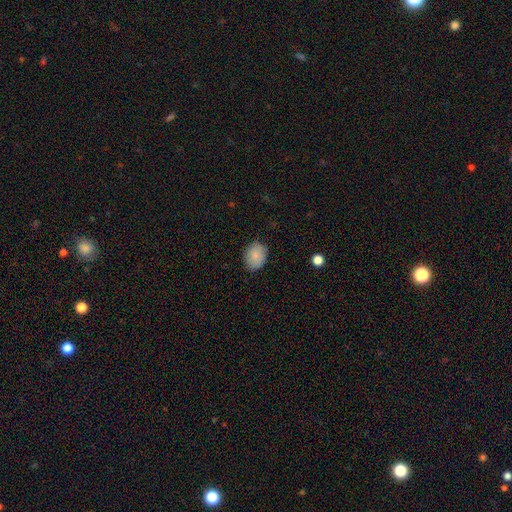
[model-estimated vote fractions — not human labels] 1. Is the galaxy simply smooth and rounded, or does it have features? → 86% smooth, 7% star or artifact, 7% featured or disk.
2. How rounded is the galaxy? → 59% in between, 40% round, 1% cigar-shaped.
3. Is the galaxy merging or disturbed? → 83% none, 13% minor disturbance, 3% major disturbance, 1% merger.